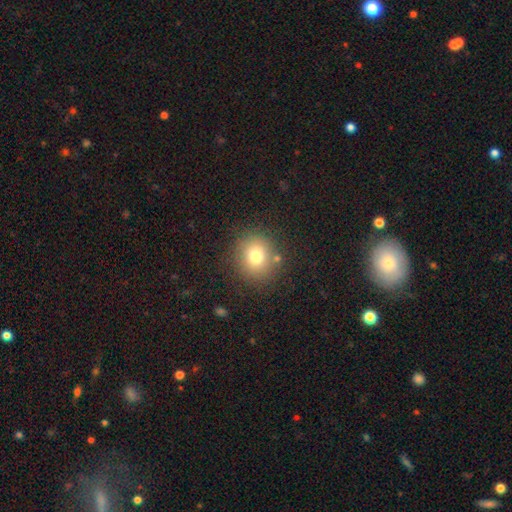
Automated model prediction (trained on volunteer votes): Q: Smooth or featured?
A: smooth (75%); runner-up: star or artifact (14%)
Q: How rounded?
A: round (86%); runner-up: in between (13%)
Q: Merging?
A: none (83%); runner-up: minor disturbance (9%)